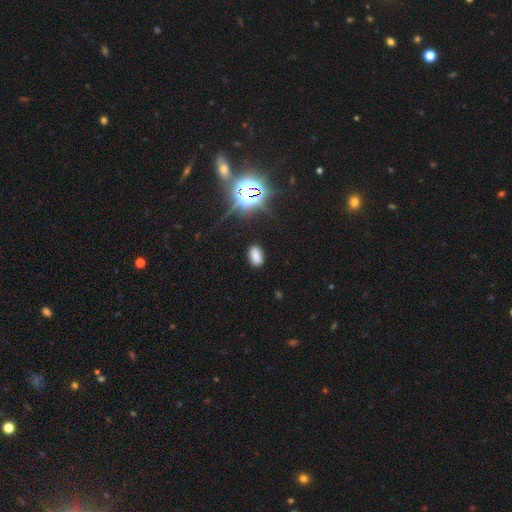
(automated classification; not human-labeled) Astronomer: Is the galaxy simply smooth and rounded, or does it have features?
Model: smooth — 71%.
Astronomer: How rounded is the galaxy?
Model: in between — 92%.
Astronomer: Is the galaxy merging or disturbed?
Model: none — 85%.